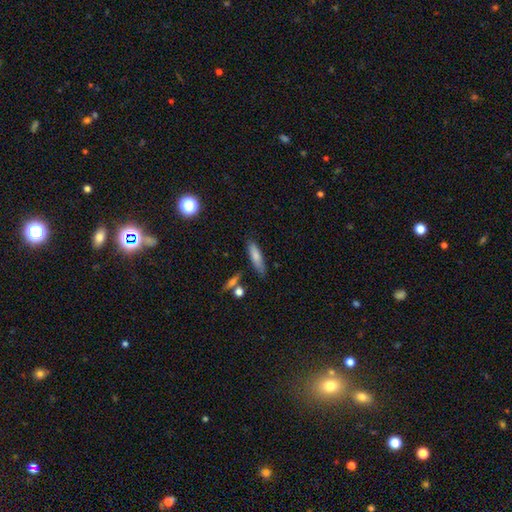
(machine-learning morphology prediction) Q: Smooth or featured?
A: smooth (77%); runner-up: featured or disk (15%)
Q: How rounded?
A: cigar-shaped (60%); runner-up: in between (38%)
Q: Merging?
A: none (76%); runner-up: minor disturbance (16%)